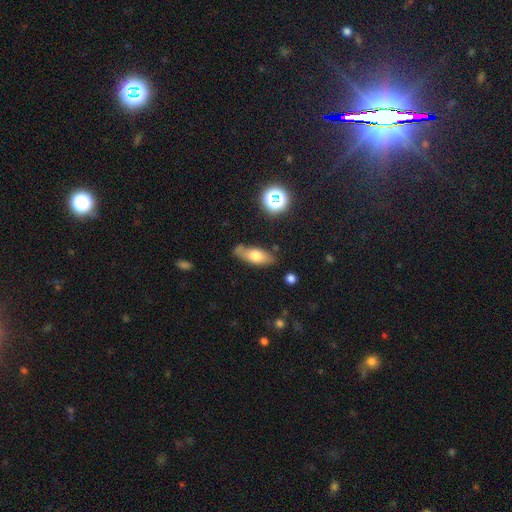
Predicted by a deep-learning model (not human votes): Morphology: type=smooth (65%); roundness=in between (72%); merging=none (69%).